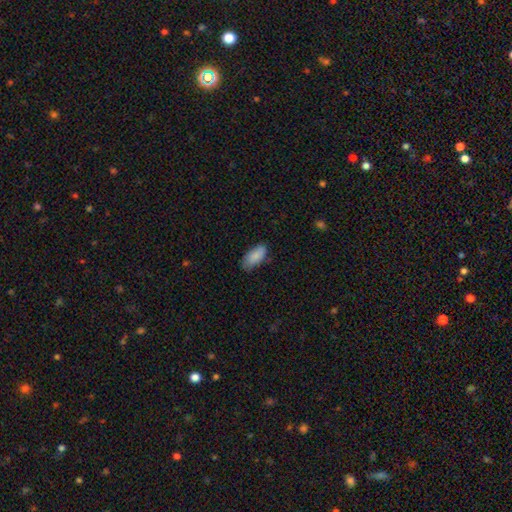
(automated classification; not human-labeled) smooth 87%, star or artifact 6%, featured or disk 6%. Down the decision tree: how rounded — in between (89%); merging — none (75%).